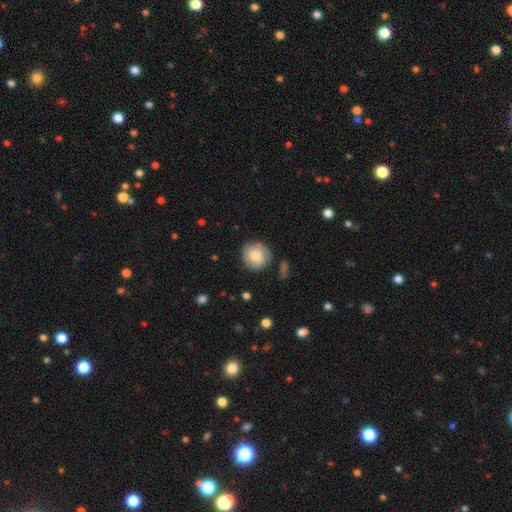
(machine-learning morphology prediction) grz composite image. It shows a smooth galaxy with no disk features (66%) that is round (89%). Merging: none (74%).